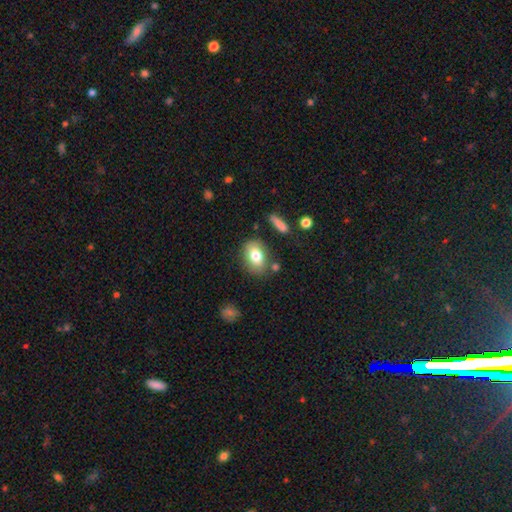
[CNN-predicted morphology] This is likely a smooth galaxy (74%). How rounded: clearly in between (83%). Merging: likely none (76%).